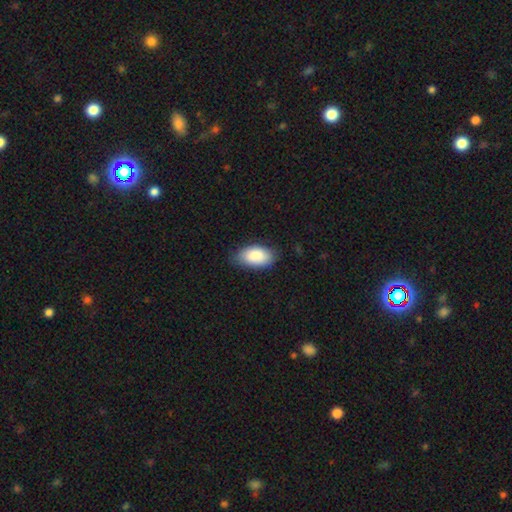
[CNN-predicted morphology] Q: Smooth or featured?
A: smooth (88%); runner-up: featured or disk (7%)
Q: How rounded?
A: in between (95%); runner-up: round (3%)
Q: Merging?
A: none (78%); runner-up: minor disturbance (18%)